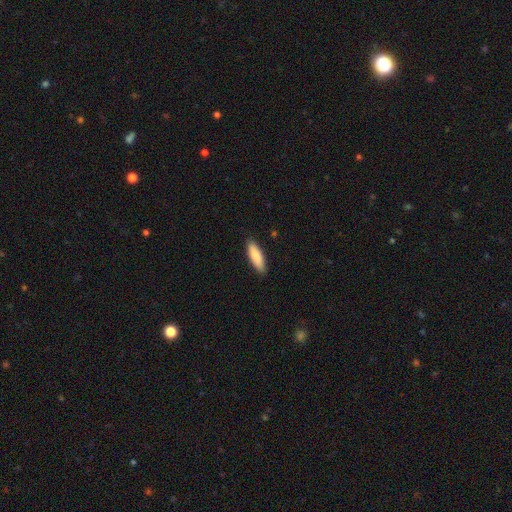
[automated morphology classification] type=smooth (85%); roundness=cigar-shaped (54%); merging=none (88%).